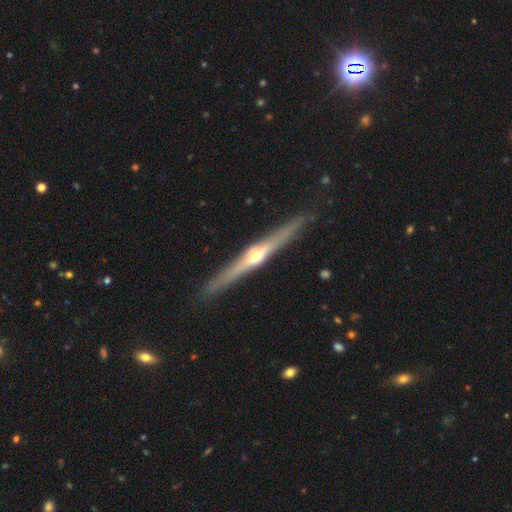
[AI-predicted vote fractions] A featured or disk galaxy (80%) viewed edge-on (98%) with a rounded central bulge (91%). Merging: none (90%).